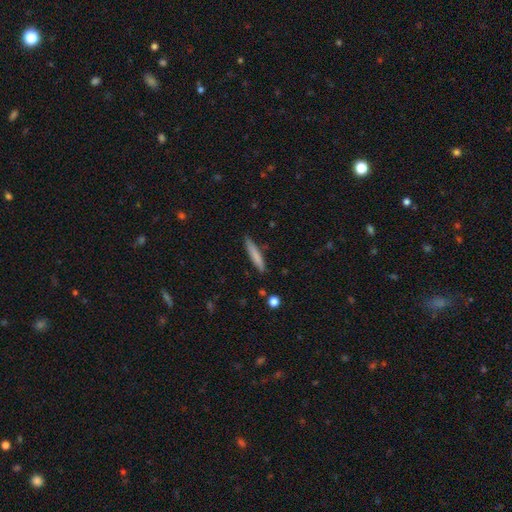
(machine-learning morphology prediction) Q: Smooth or featured?
A: smooth (77%); runner-up: featured or disk (17%)
Q: How rounded?
A: cigar-shaped (92%); runner-up: in between (7%)
Q: Merging?
A: none (85%); runner-up: minor disturbance (11%)